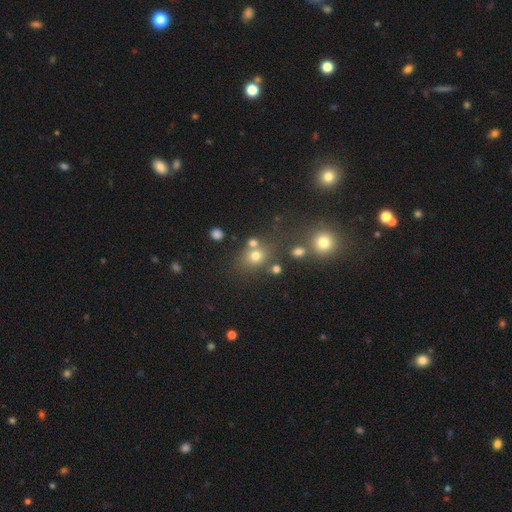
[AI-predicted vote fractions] A smooth galaxy with no disk features (70%) that is round (74%).

Vote fractions:
- Smooth or featured? smooth: 70% / star or artifact: 20% / featured or disk: 10%
- How rounded? round: 74% / in between: 25% / cigar-shaped: 1%
- Merging? none: 62% / merger: 21% / minor disturbance: 12% / major disturbance: 6%